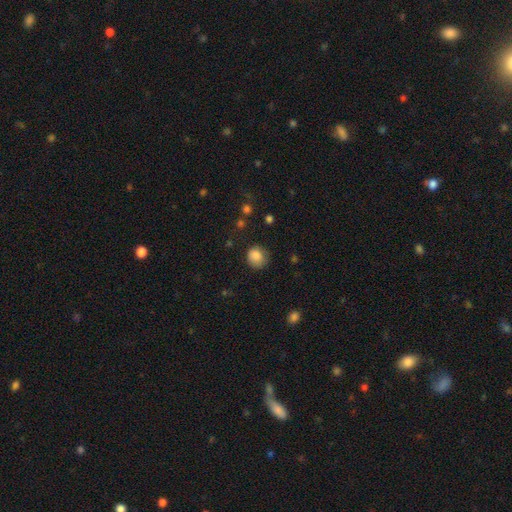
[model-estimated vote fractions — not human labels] Smooth or featured: smooth — 85% (star or artifact — 9%)
How rounded: round — 78% (in between — 21%)
Merging: none — 67% (minor disturbance — 23%)